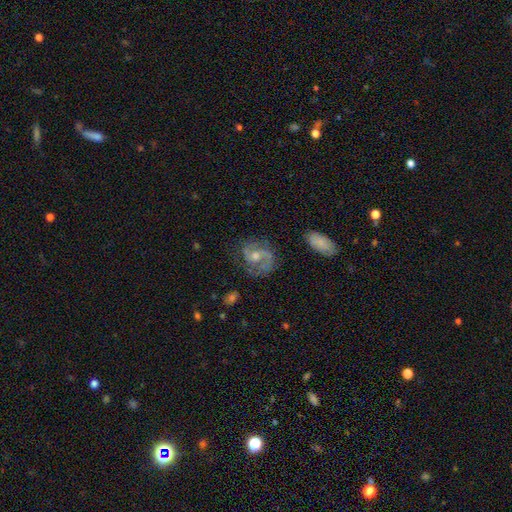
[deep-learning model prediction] This is clearly a featured or disk galaxy (83%). It is clearly not viewed edge-on (97%). Bar: possibly no (46%). Spiral arm pattern: clearly yes (95%). Spiral arm count: clearly 2 (85%). Spiral winding: possibly medium (54%). Central bulge: possibly moderate (60%). Merging: likely none (74%).